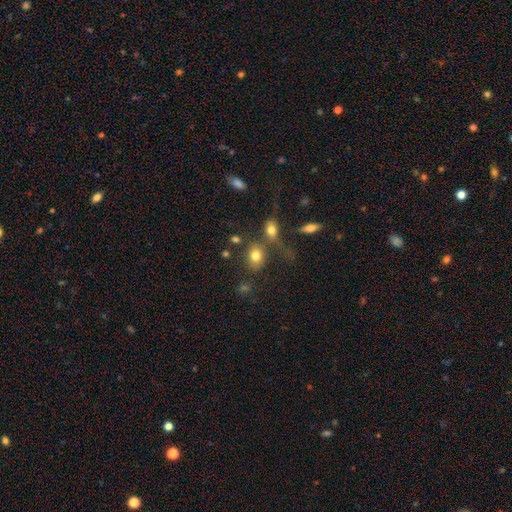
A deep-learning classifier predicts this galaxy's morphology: The model was most divided on "how rounded": in between: 63%, round: 35%, cigar-shaped: 2%. More confident: smooth or featured — smooth (78%); merging — none (59%).